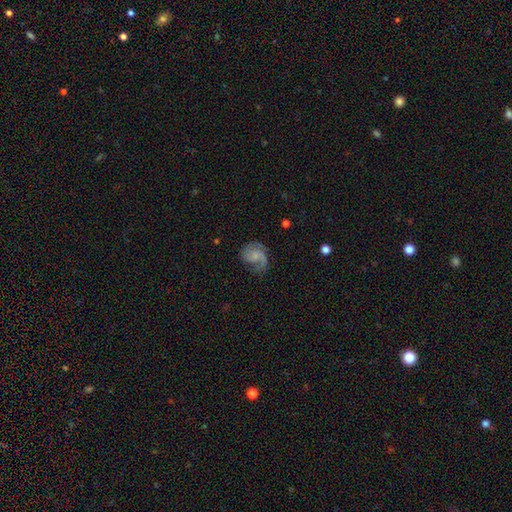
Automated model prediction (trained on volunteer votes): The model was most divided on "spiral winding": medium: 45%, loose: 31%, tight: 24%. Remaining: edge-on disk — no (98%); spiral arms — yes (93%); smooth or featured — featured or disk (69%); bar — no (67%); merging — none (53%); spiral arm count — 2 (50%); bulge size — small (46%).